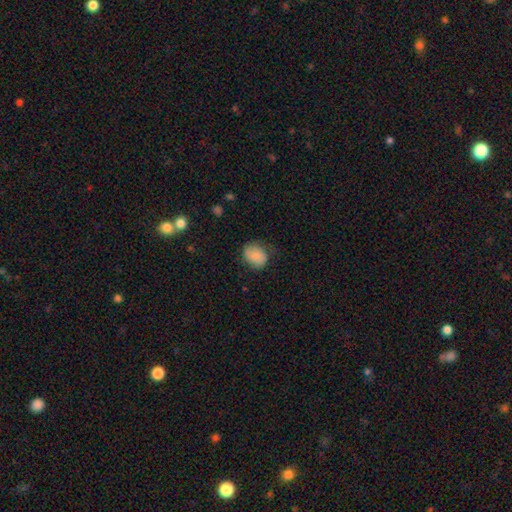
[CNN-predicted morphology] Overall: smooth (78%). How rounded: in between (50%; round 49%). Merging: none (62%; minor disturbance 27%).